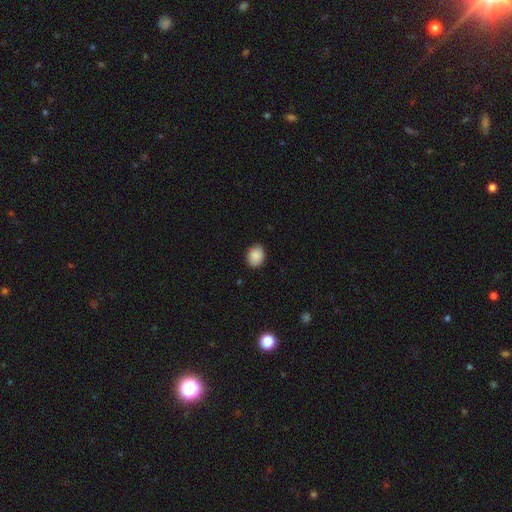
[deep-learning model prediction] Overall: smooth (88%). How rounded: in between (61%; round 38%). Merging: none (85%).